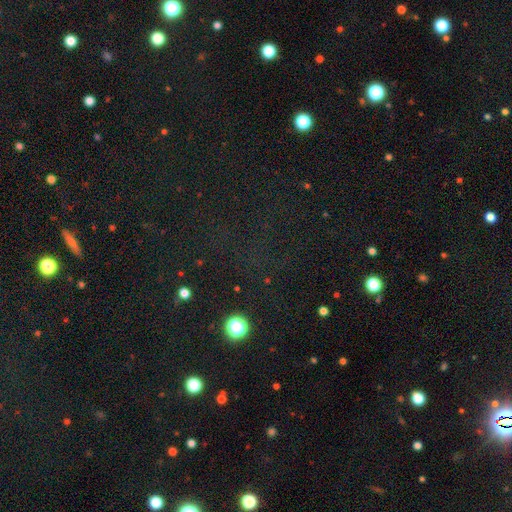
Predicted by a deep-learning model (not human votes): A star or artifact, not a galaxy (69%).

Vote fractions:
- Smooth or featured? star or artifact: 69% / smooth: 22% / featured or disk: 8%